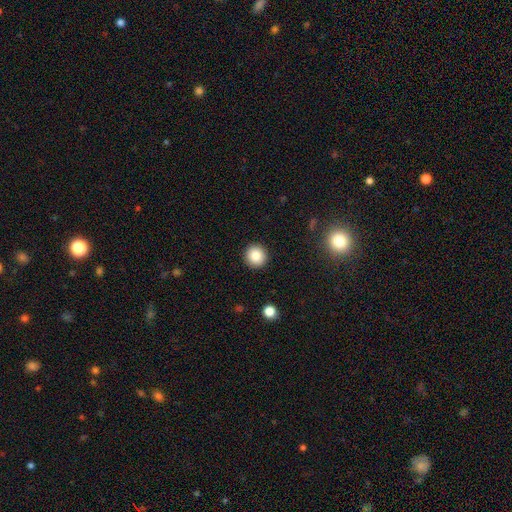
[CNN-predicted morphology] smooth-or-featured: smooth: 85% | star or artifact: 10% | featured or disk: 5%
  how-rounded: round: 94% | in between: 5% | cigar-shaped: 1%
  merging: none: 92% | minor disturbance: 5% | major disturbance: 2% | merger: 1%